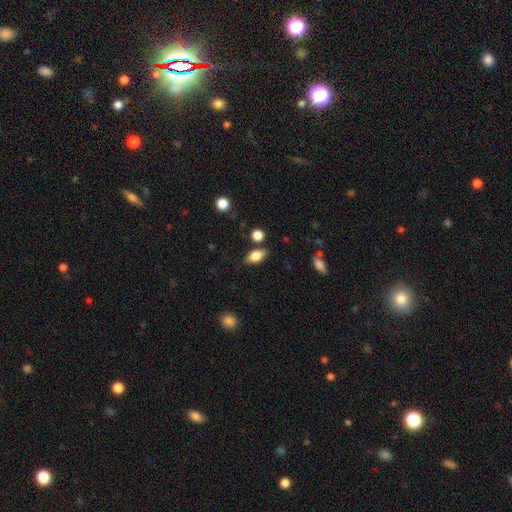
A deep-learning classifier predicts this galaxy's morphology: Q: Smooth or featured?
A: smooth (78%); runner-up: featured or disk (13%)
Q: How rounded?
A: in between (85%); runner-up: round (9%)
Q: Merging?
A: none (77%); runner-up: minor disturbance (14%)